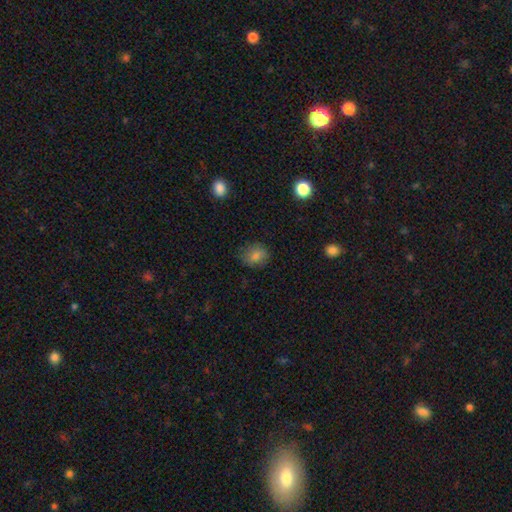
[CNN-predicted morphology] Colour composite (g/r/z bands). It shows a smooth galaxy with no disk features (79%) that is round (62%). Merging: none (79%).